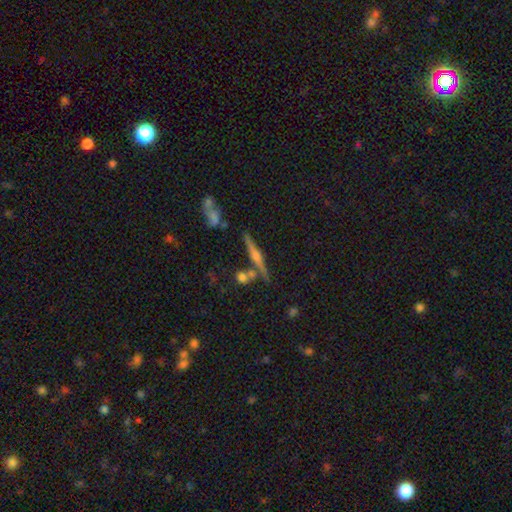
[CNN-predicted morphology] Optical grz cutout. It shows a featured or disk galaxy (65%) viewed edge-on (96%) with a rounded central bulge (71%). Merging: none (74%).